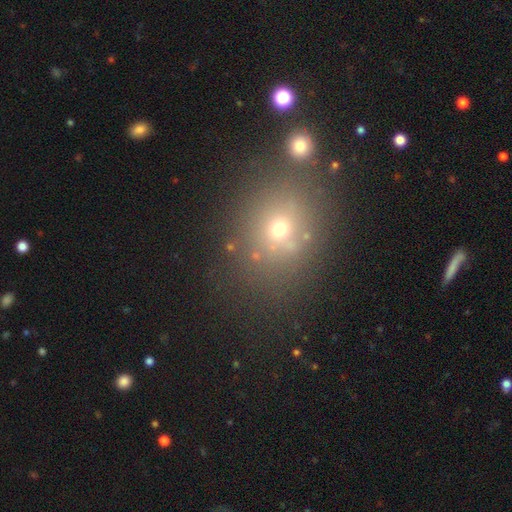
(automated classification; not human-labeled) Q: Smooth or featured?
A: smooth (59%); runner-up: star or artifact (26%)
Q: How rounded?
A: round (64%); runner-up: in between (34%)
Q: Merging?
A: none (69%); runner-up: merger (13%)